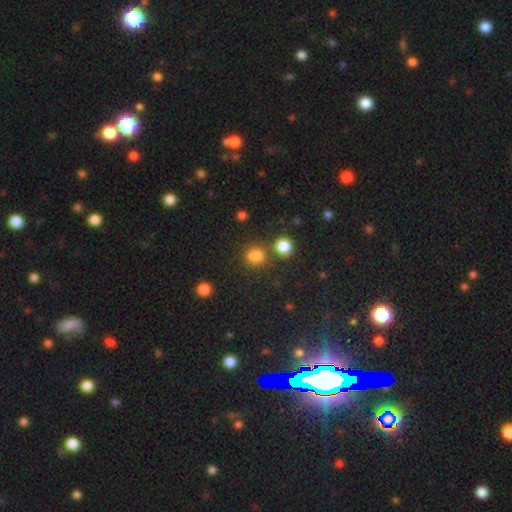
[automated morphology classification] Smooth or featured: smooth — 73% (star or artifact — 20%)
How rounded: round — 75% (in between — 24%)
Merging: none — 58% (merger — 24%)